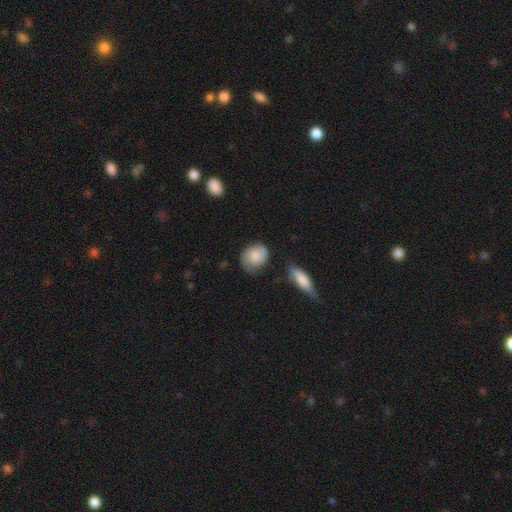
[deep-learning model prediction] A smooth galaxy with no disk features (63%) that is round (62%).

Vote fractions:
- Smooth or featured? smooth: 63% / featured or disk: 30% / star or artifact: 7%
- How rounded? round: 62% / in between: 36% / cigar-shaped: 2%
- Merging? none: 65% / minor disturbance: 24% / major disturbance: 6% / merger: 4%